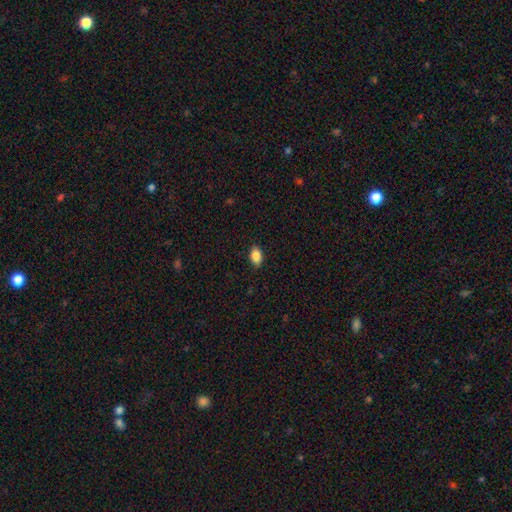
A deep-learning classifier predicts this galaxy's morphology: Smooth or featured?
  - smooth: 87% *
  - star or artifact: 8%
  - featured or disk: 5%
How rounded?
  - in between: 87% *
  - round: 11%
  - cigar-shaped: 2%
Merging?
  - none: 88% *
  - minor disturbance: 9%
  - major disturbance: 2%
  - merger: 1%